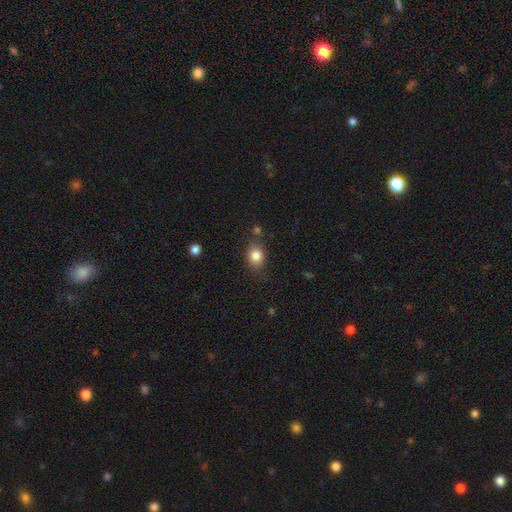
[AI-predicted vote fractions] The model was most divided on "how rounded": round: 52%, in between: 47%, cigar-shaped: 1%. More confident: smooth or featured — smooth (84%); merging — none (75%).